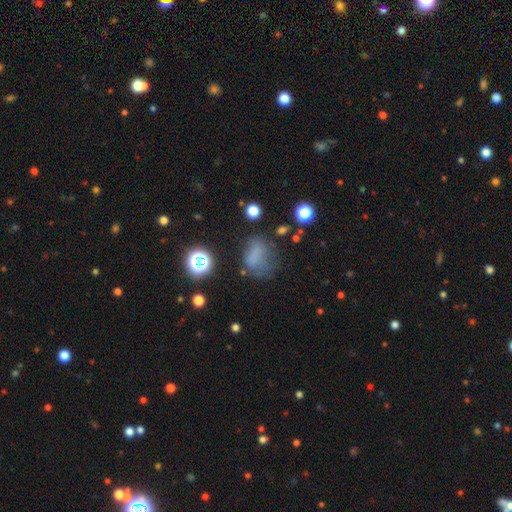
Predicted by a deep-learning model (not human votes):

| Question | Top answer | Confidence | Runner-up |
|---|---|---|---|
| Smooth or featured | smooth | 56% | star or artifact (24%) |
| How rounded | in between | 59% | round (39%) |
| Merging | none | 41% | major disturbance (27%) |